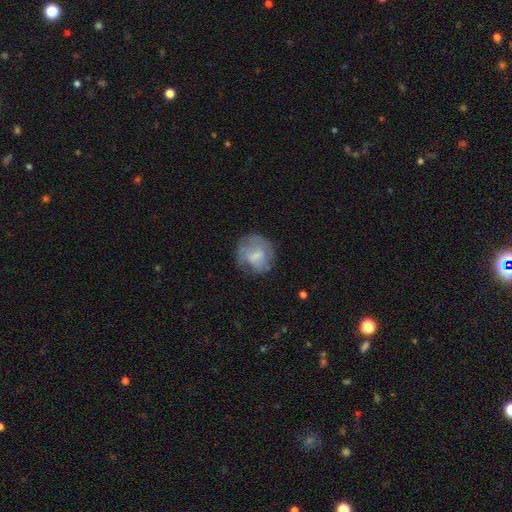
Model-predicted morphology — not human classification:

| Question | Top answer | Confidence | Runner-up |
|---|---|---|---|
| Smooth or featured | smooth | 55% | featured or disk (38%) |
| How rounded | round | 76% | in between (23%) |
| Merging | none | 58% | minor disturbance (25%) |